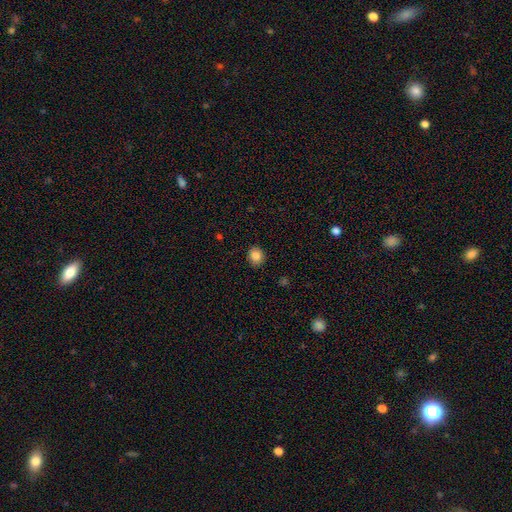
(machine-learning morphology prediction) Smooth or featured? smooth (85%)
How rounded? round (81%)
Merging? none (90%)